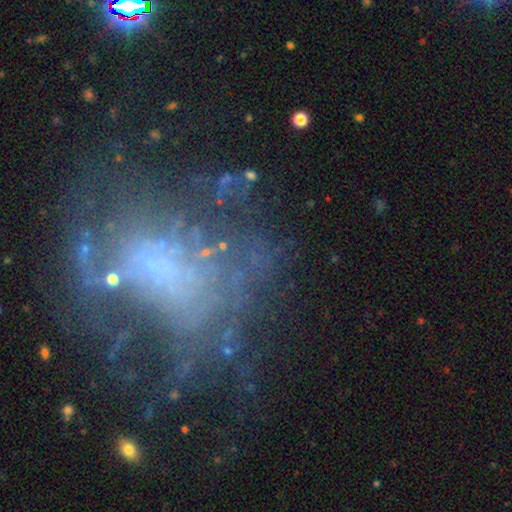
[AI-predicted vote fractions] Smooth or featured? featured or disk (60%)
Edge-on disk? no (96%)
Bar? no (75%)
Spiral arms? no (55%)
Bulge size? none (61%)
Merging? none (45%)